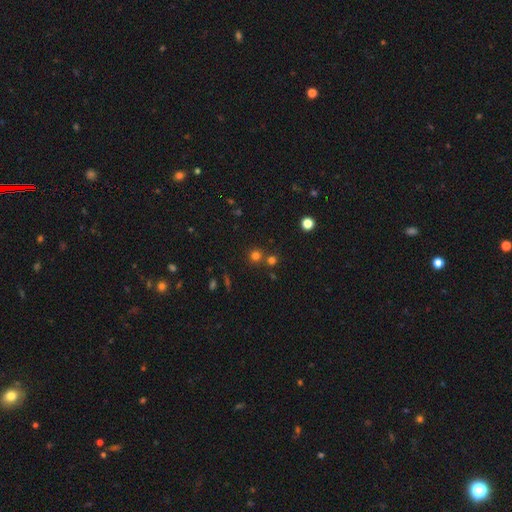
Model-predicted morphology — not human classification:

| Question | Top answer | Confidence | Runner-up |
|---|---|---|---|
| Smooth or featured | smooth | 70% | star or artifact (22%) |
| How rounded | round | 93% | in between (6%) |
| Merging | none | 72% | merger (19%) |